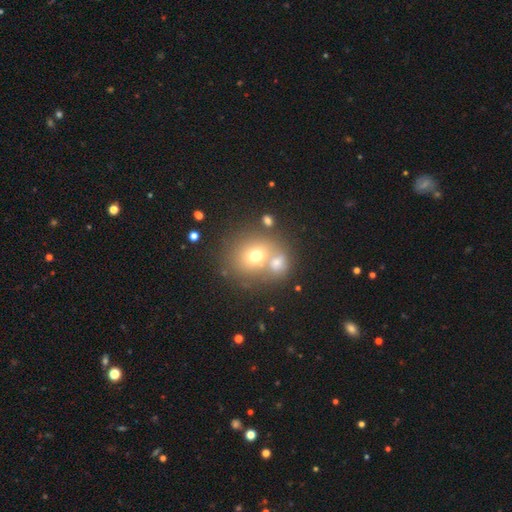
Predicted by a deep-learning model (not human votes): Overall: smooth (67%). How rounded: round (74%). Merging: none (44%; merger 43%).